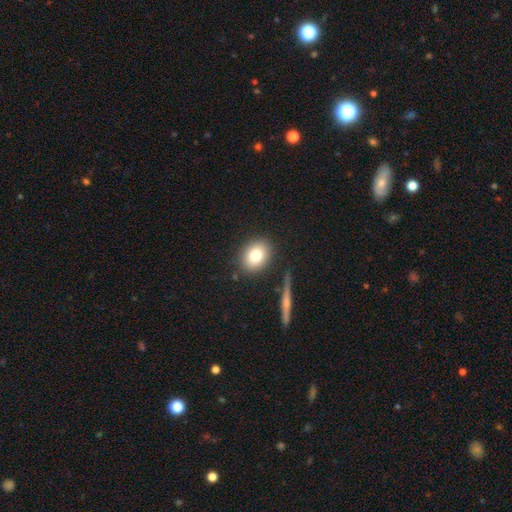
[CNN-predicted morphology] smooth-or-featured: smooth: 78% | featured or disk: 12% | star or artifact: 10%
  how-rounded: in between: 50% | round: 49% | cigar-shaped: 2%
  merging: none: 85% | minor disturbance: 9% | merger: 3% | major disturbance: 3%